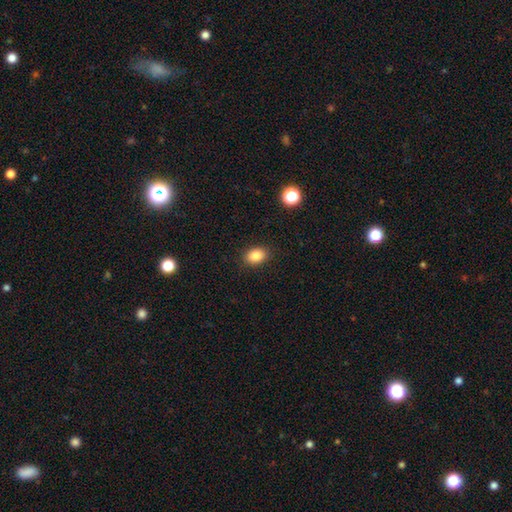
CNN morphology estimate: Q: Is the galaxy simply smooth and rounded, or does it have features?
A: smooth — 85%.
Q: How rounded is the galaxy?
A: in between — 71%.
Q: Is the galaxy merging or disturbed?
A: none — 88%.